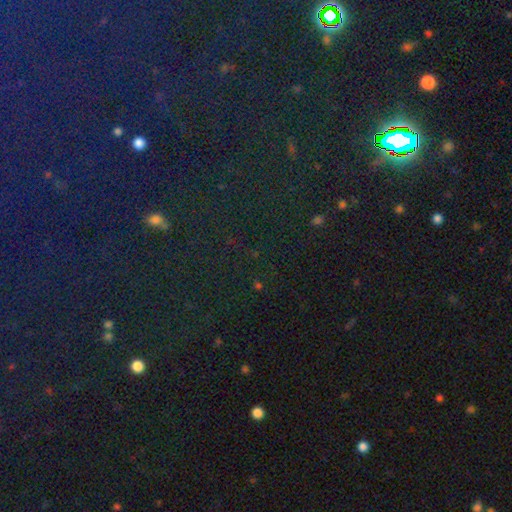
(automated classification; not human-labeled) This is clearly a star or artifact rather than a galaxy (81%).